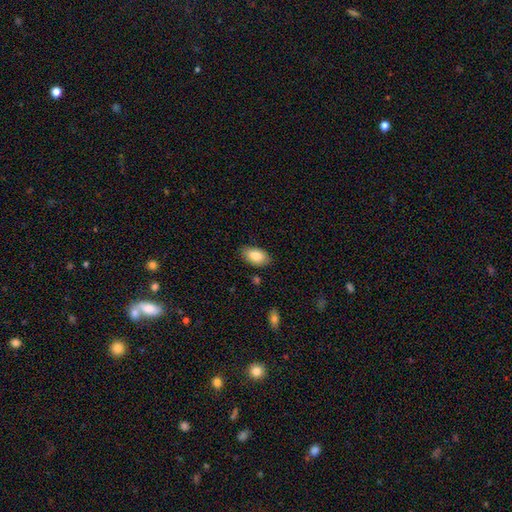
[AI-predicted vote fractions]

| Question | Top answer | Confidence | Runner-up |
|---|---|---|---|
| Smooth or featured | smooth | 84% | featured or disk (9%) |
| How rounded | in between | 94% | round (5%) |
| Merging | none | 83% | minor disturbance (13%) |